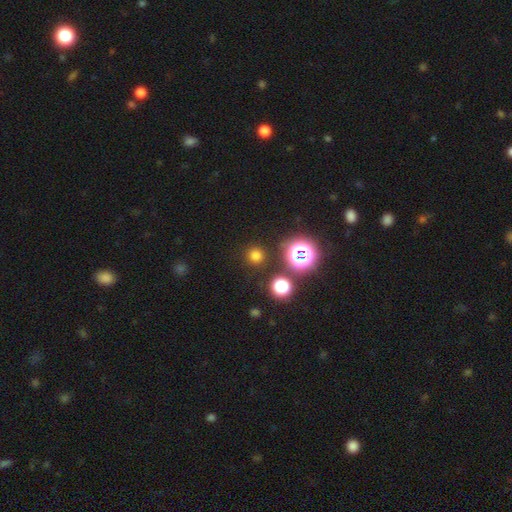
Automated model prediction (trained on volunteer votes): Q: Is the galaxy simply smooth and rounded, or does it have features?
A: smooth — 70%.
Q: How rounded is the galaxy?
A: round — 95%.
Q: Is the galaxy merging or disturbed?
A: none — 89%.